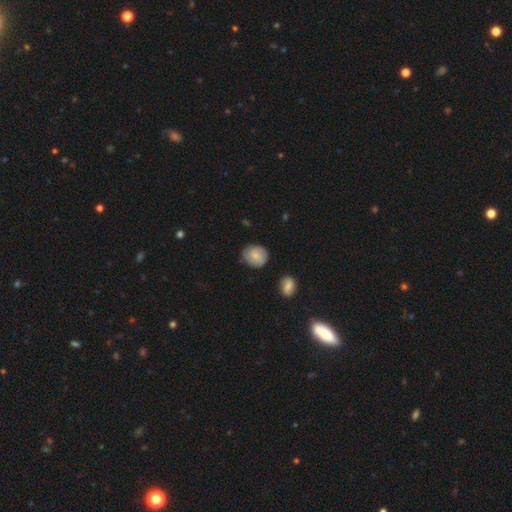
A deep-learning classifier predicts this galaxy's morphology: Smooth or featured: smooth — 70% (featured or disk — 23%)
How rounded: round — 74% (in between — 25%)
Merging: none — 73% (minor disturbance — 21%)